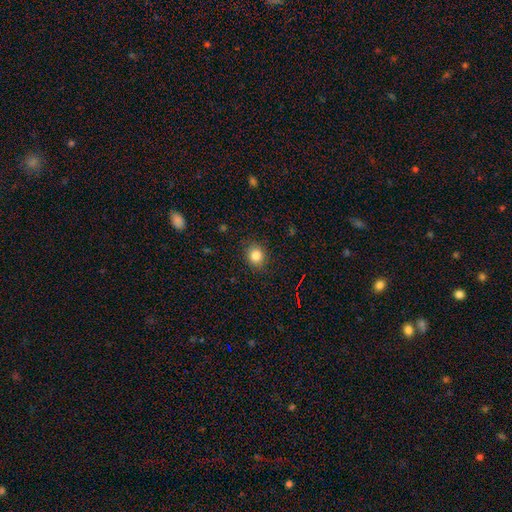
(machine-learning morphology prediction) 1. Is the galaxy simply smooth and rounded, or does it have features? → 83% smooth, 11% star or artifact, 6% featured or disk.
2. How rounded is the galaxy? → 70% round, 29% in between, 1% cigar-shaped.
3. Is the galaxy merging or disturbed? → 87% none, 9% minor disturbance, 3% major disturbance, 1% merger.